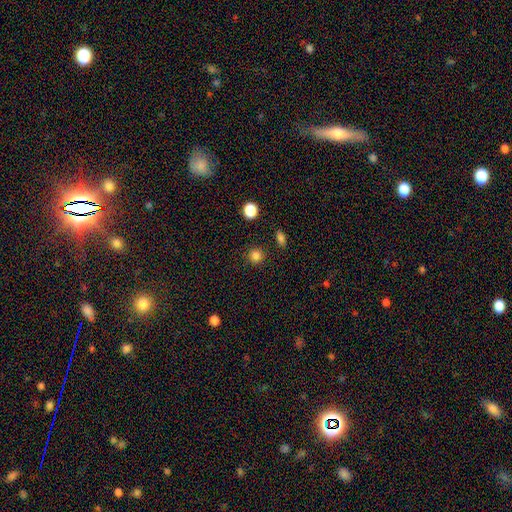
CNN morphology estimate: Smooth or featured? Predicted: smooth (p=0.83). How rounded? Predicted: round (p=0.92). Merging? Predicted: none (p=0.89).